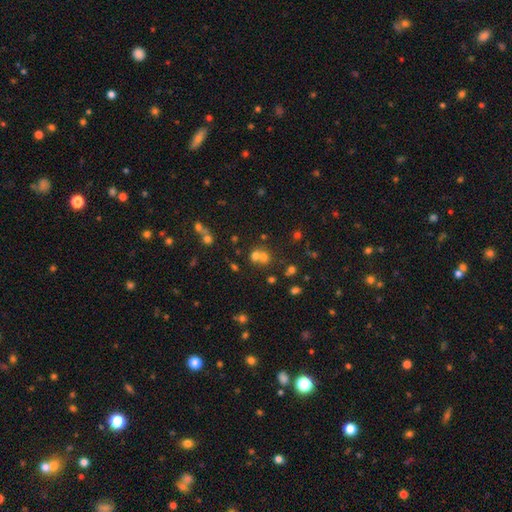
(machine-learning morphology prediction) smooth_or_featured: smooth (p=0.59) [alt: star or artifact p=0.25]
how_rounded: round (p=0.78) [alt: in between p=0.21]
merging: merger (p=0.49) [alt: none p=0.41]